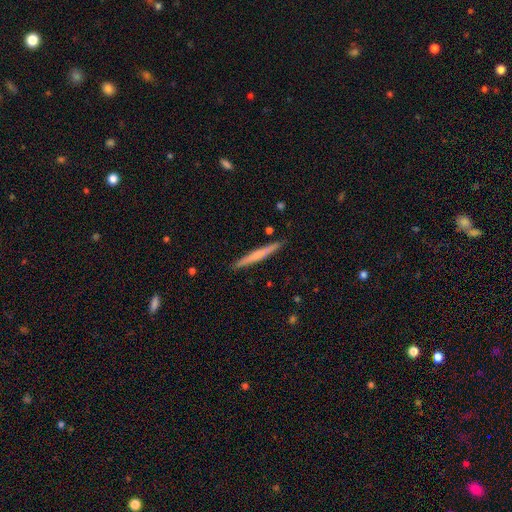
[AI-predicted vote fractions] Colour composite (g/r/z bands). It shows a smooth galaxy with no disk features (49%). Merging: none (91%).